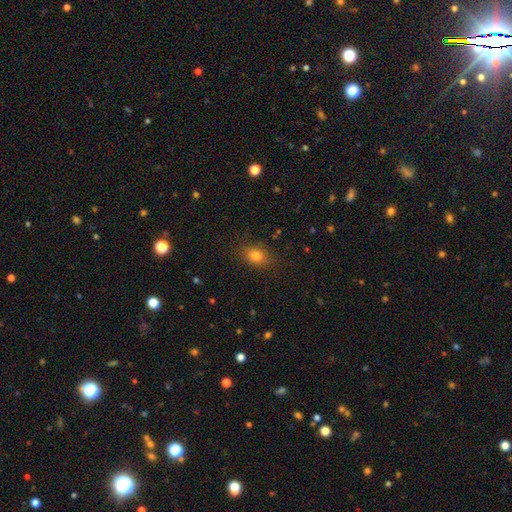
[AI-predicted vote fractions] Q: Smooth or featured?
A: smooth (79%); runner-up: star or artifact (13%)
Q: How rounded?
A: in between (66%); runner-up: round (32%)
Q: Merging?
A: none (85%); runner-up: minor disturbance (11%)